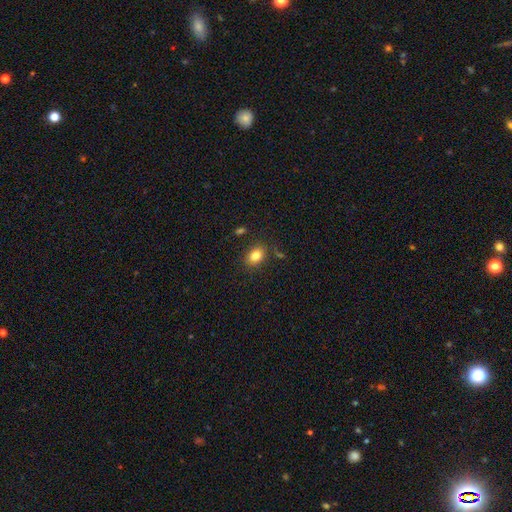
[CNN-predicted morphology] Smooth or featured: smooth — 83% (star or artifact — 10%)
How rounded: in between — 75% (round — 24%)
Merging: none — 82% (minor disturbance — 11%)